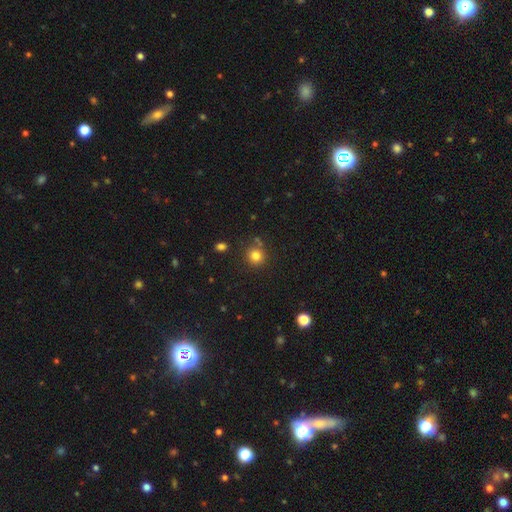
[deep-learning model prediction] The model was most divided on "smooth or featured": smooth: 81%, star or artifact: 13%, featured or disk: 6%. More confident: how rounded — round (89%); merging — none (79%).